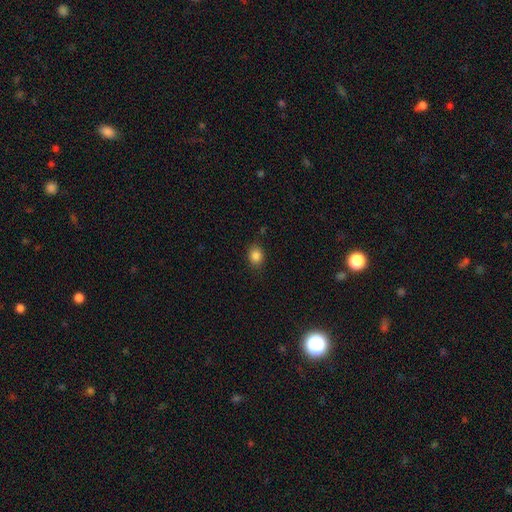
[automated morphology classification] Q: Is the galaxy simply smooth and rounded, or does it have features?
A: smooth — 85%.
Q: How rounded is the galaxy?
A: in between — 52%.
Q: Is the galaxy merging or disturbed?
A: none — 85%.